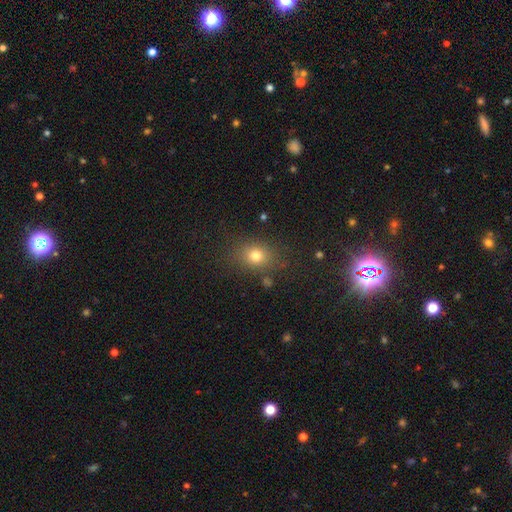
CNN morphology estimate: The model was most divided on "how rounded": round: 57%, in between: 42%, cigar-shaped: 1%. More confident: merging — none (81%); smooth or featured — smooth (76%).